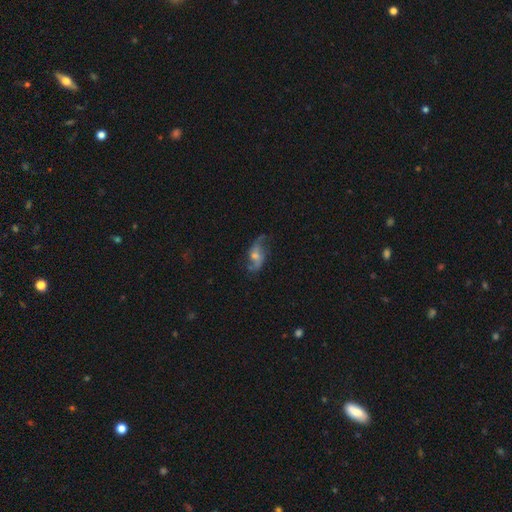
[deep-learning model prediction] Smooth or featured?
  - featured or disk: 76% *
  - smooth: 15%
  - star or artifact: 9%
Edge-on disk?
  - no: 92% *
  - yes: 8%
Bar?
  - no: 55% *
  - weak: 34%
  - strong: 10%
Spiral arms?
  - yes: 92% *
  - no: 8%
Spiral winding?
  - loose: 73% *
  - medium: 21%
  - tight: 6%
Spiral arm count?
  - 2: 89% *
  - can't tell: 5%
  - 1: 3%
  - 3: 1%
  - 4: 1%
  - more than 4: 1%
Bulge size?
  - moderate: 51% *
  - small: 38%
  - large: 5%
  - none: 5%
  - dominant: 1%
Merging?
  - none: 71% *
  - minor disturbance: 19%
  - major disturbance: 9%
  - merger: 2%